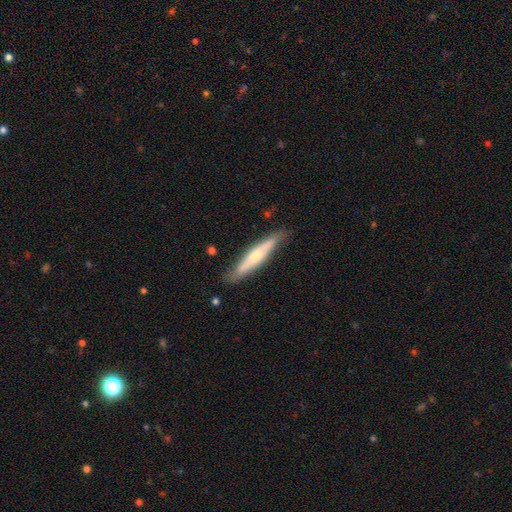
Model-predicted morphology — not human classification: Smooth or featured: featured or disk — 52% (smooth — 43%)
Edge-on disk: yes — 82% (no — 18%)
Merging: none — 79% (minor disturbance — 16%)